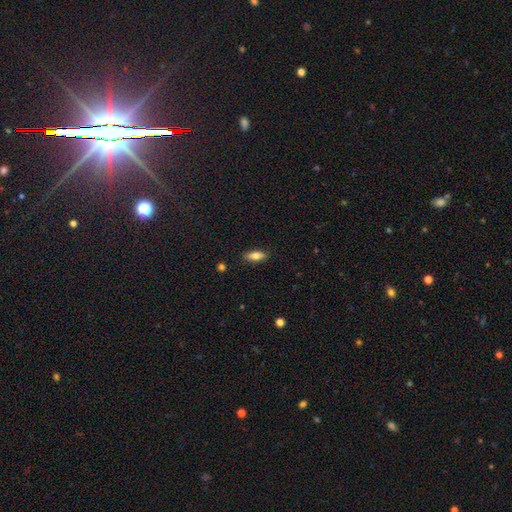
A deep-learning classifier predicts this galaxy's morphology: A smooth galaxy with no disk features (72%) that is in between round and cigar-shaped (77%).

Vote fractions:
- Smooth or featured? smooth: 72% / featured or disk: 21% / star or artifact: 7%
- How rounded? in between: 77% / cigar-shaped: 20% / round: 3%
- Merging? none: 87% / minor disturbance: 9% / major disturbance: 2% / merger: 1%